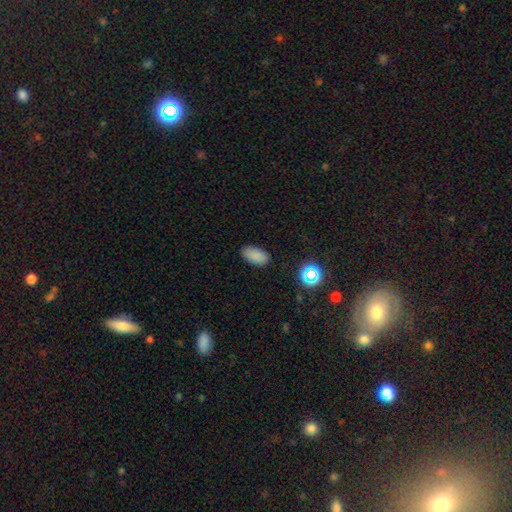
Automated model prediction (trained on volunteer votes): The model was most divided on "smooth or featured": smooth: 84%, star or artifact: 12%, featured or disk: 4%. More confident: how rounded — in between (94%); merging — none (86%).